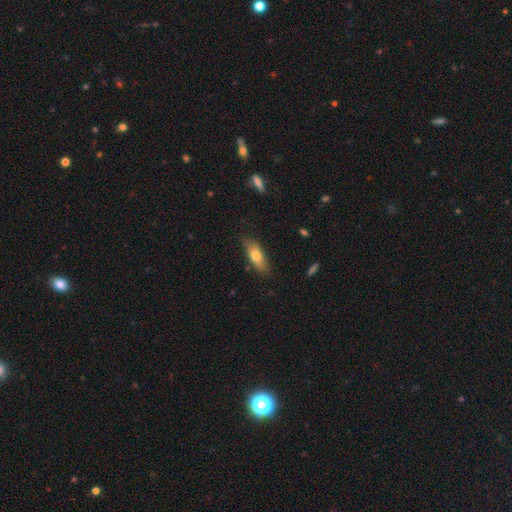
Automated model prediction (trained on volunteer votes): A smooth galaxy with no disk features (73%) that is in between round and cigar-shaped (70%). Merging: none (80%).